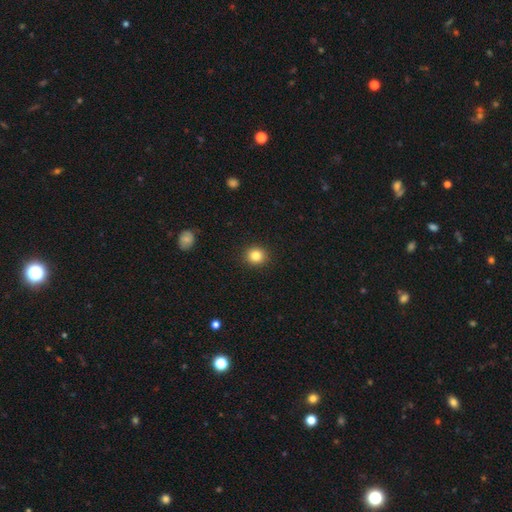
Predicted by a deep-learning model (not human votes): Smooth or featured: smooth — 84% (star or artifact — 11%)
How rounded: round — 87% (in between — 12%)
Merging: none — 92% (minor disturbance — 5%)